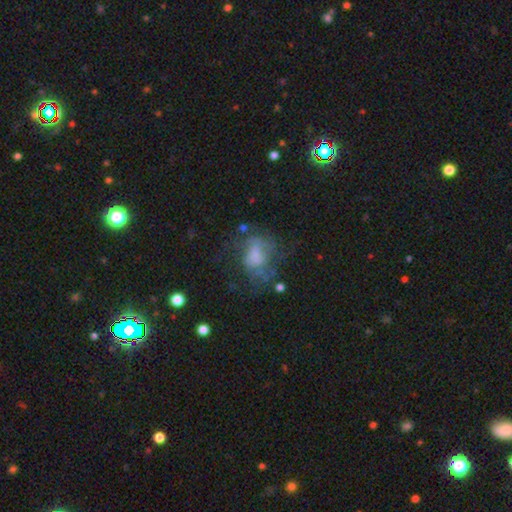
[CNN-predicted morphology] Smooth or featured: featured or disk — 43% (tied with smooth — 43%)
Merging: none — 40% (major disturbance — 34%)